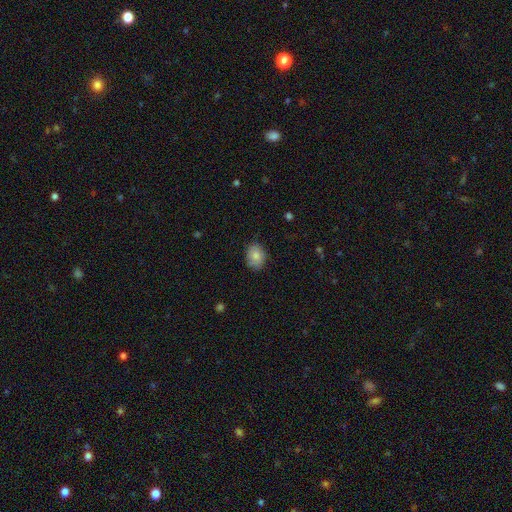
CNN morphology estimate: smooth-or-featured: smooth: 84% | featured or disk: 9% | star or artifact: 8%
  how-rounded: in between: 65% | round: 35% | cigar-shaped: 1%
  merging: none: 82% | minor disturbance: 14% | major disturbance: 3% | merger: 1%